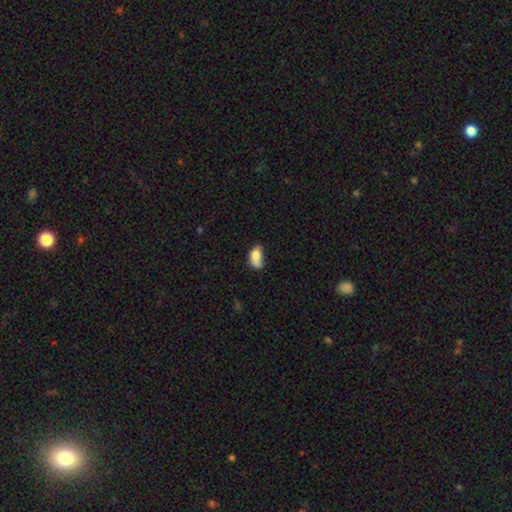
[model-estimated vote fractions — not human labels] smooth-or-featured: smooth: 77% | featured or disk: 15% | star or artifact: 9%
  how-rounded: in between: 88% | round: 8% | cigar-shaped: 5%
  merging: none: 34% | minor disturbance: 32% | major disturbance: 17% | merger: 17%